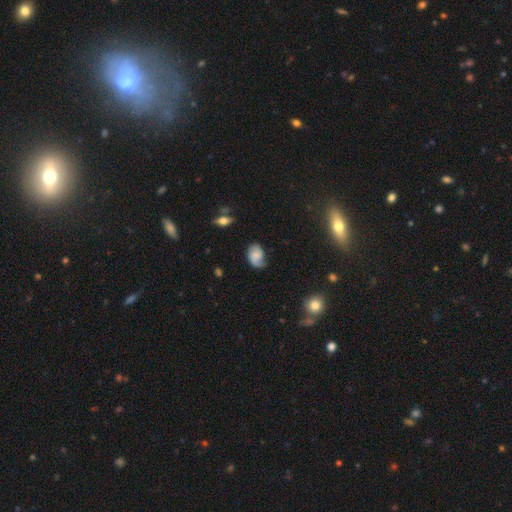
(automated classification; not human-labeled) Smooth or featured? Predicted: featured or disk (p=0.56). Edge-on disk? Predicted: no (p=0.97). Bar? Predicted: no (p=0.61). Spiral arms? Predicted: yes (p=0.92). Bulge size? Predicted: none (p=0.38). Merging? Predicted: none (p=0.59).